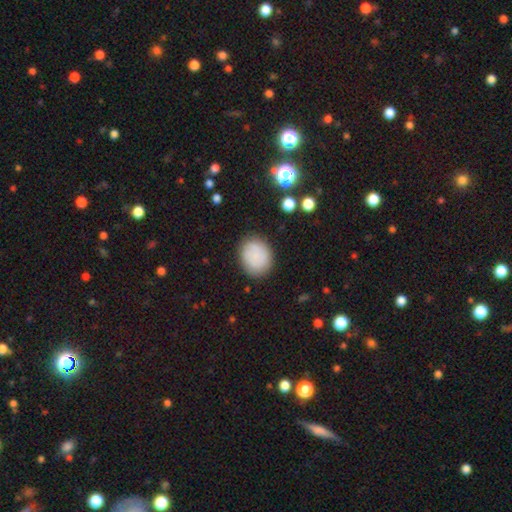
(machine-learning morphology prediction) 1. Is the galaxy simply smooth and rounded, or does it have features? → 79% smooth, 13% featured or disk, 9% star or artifact.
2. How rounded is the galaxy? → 59% round, 40% in between, 1% cigar-shaped.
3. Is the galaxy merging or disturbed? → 81% none, 13% minor disturbance, 4% major disturbance, 2% merger.